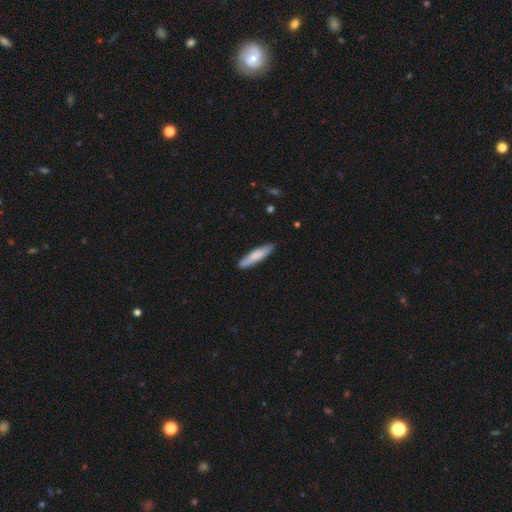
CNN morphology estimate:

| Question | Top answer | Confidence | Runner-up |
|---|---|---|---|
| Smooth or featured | smooth | 75% | featured or disk (20%) |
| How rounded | cigar-shaped | 82% | in between (17%) |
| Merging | none | 84% | minor disturbance (13%) |